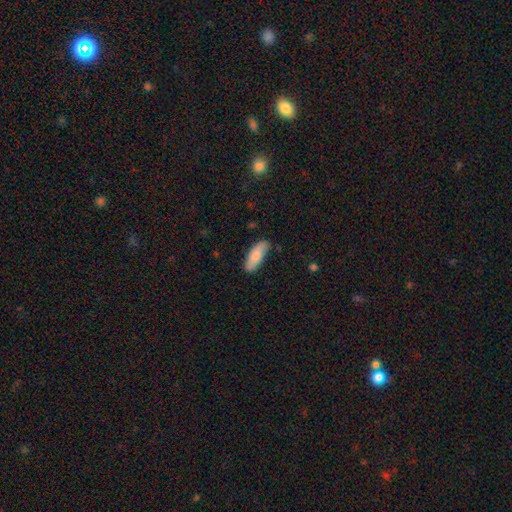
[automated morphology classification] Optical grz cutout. It shows a smooth galaxy with no disk features (85%) that is in between round and cigar-shaped (64%). Merging: none (78%).